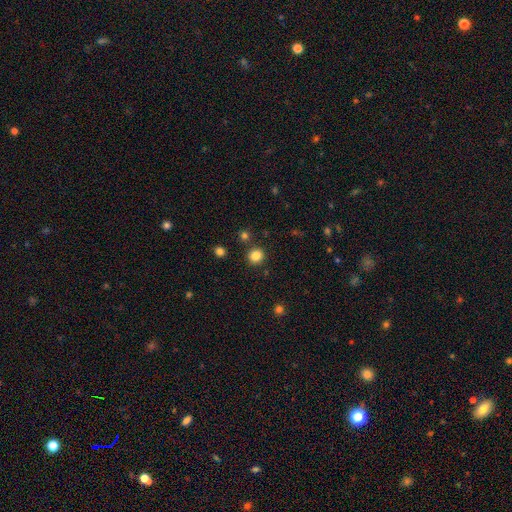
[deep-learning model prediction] The model was most divided on "smooth or featured": smooth: 84%, star or artifact: 12%, featured or disk: 4%. More confident: how rounded — round (88%); merging — none (88%).